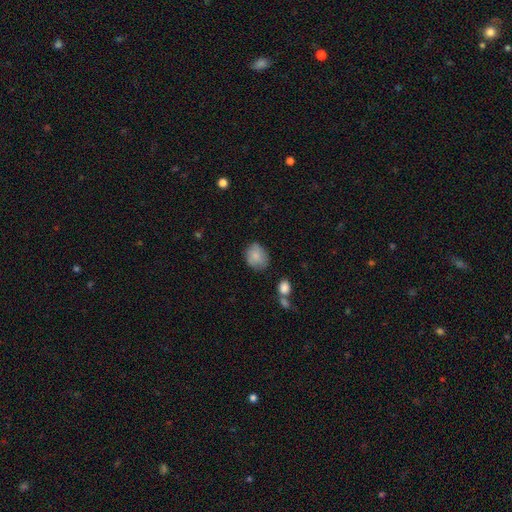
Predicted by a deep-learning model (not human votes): This is clearly a smooth galaxy (83%). How rounded: possibly round (59%). Merging: likely none (69%).